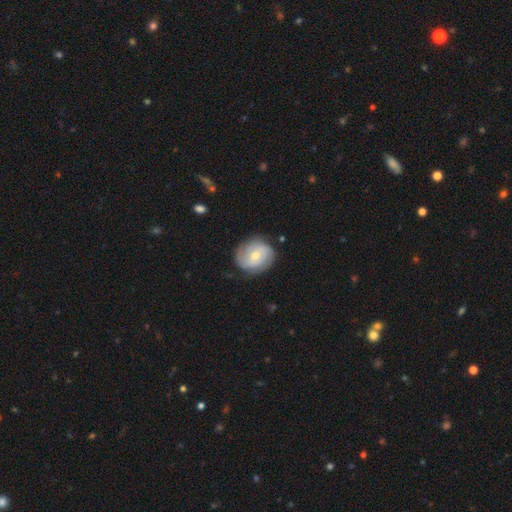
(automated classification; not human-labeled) The model was most divided on "bulge size": moderate: 54%, small: 42%, large: 2%, none: 1%, dominant: 1%. More confident: edge-on disk — no (97%); spiral arms — yes (83%); merging — none (75%); bar — no (60%); smooth or featured — featured or disk (59%).